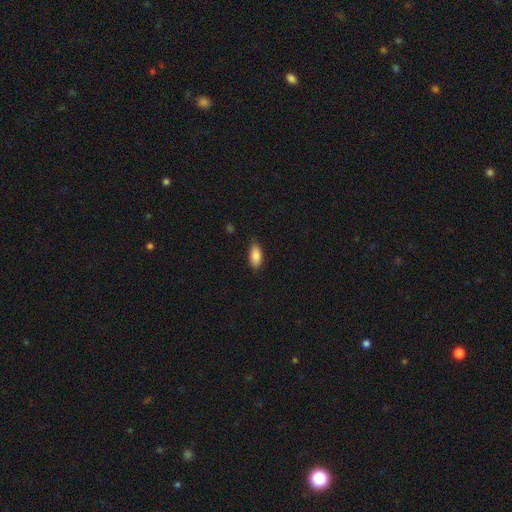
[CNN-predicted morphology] A smooth galaxy with no disk features (86%) that is in between round and cigar-shaped (90%). Merging: none (84%).